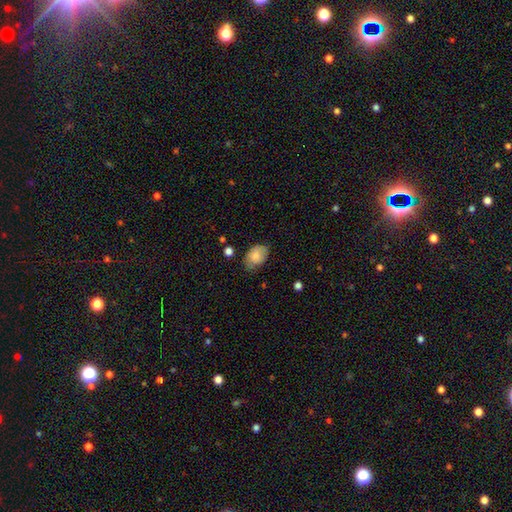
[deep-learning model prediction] A smooth galaxy with no disk features (81%) that is in between round and cigar-shaped (85%). Merging: none (66%).